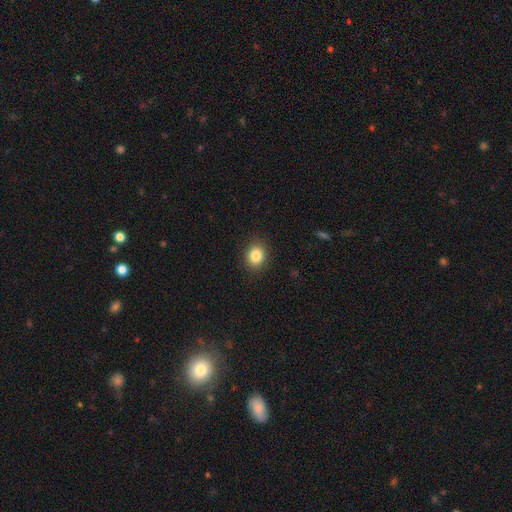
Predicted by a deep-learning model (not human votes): This appears to be a smooth galaxy with no disk features (85%) that is round (64%). Merging: none (88%).